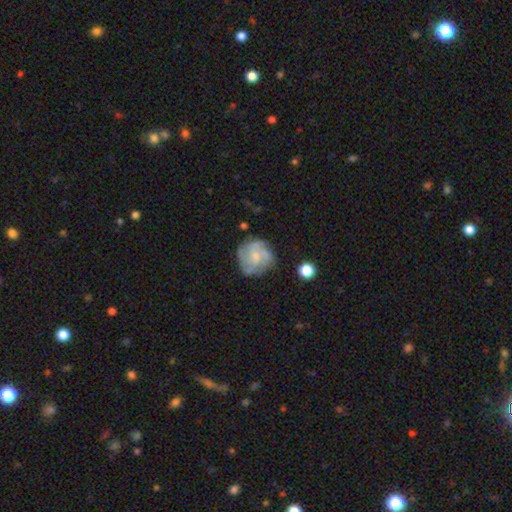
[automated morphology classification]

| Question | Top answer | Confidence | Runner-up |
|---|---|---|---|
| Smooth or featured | featured or disk | 62% | smooth (31%) |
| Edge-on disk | no | 98% | yes (2%) |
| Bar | no | 68% | weak (28%) |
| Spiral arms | yes | 79% | no (21%) |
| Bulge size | small | 51% | moderate (28%) |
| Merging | none | 68% | minor disturbance (21%) |